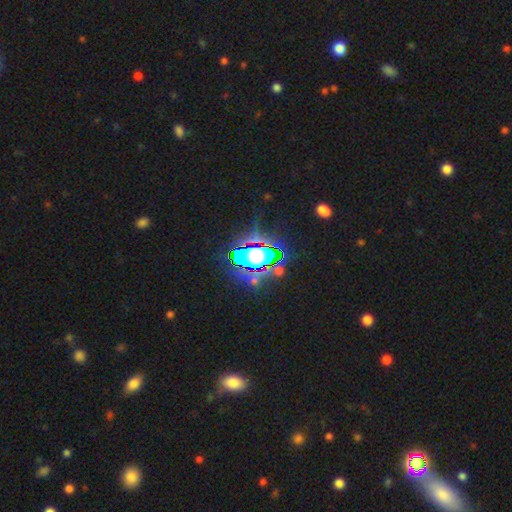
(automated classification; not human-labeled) This appears to be a star or artifact, not a galaxy (59%).